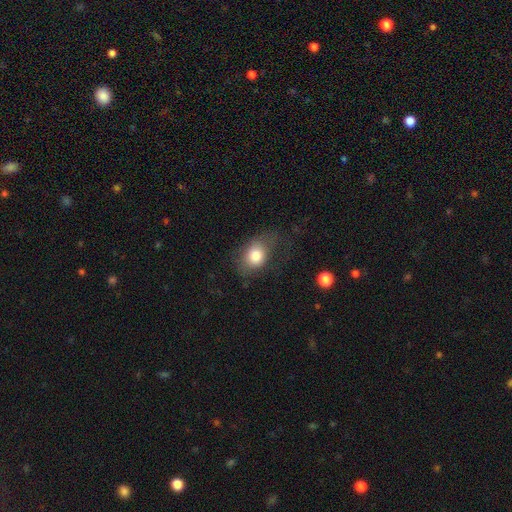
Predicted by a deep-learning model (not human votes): This is likely a smooth galaxy (78%). How rounded: likely in between (66%). Merging: possibly none (52%).